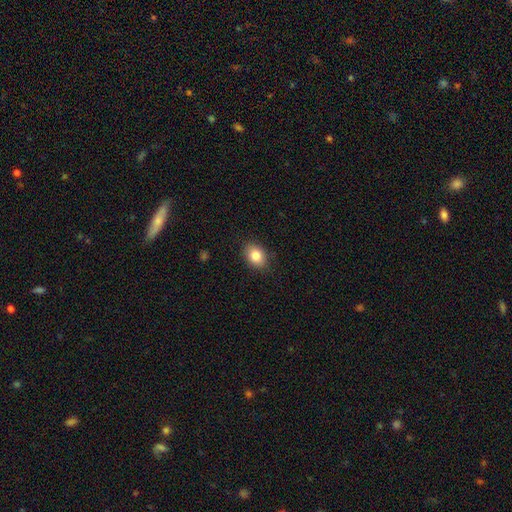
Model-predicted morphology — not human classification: Smooth or featured? smooth (84%)
How rounded? in between (69%)
Merging? none (87%)